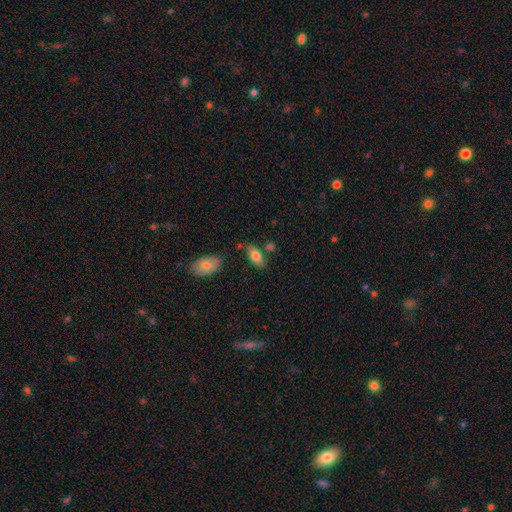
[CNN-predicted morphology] smooth-or-featured: smooth: 78% | featured or disk: 15% | star or artifact: 7%
  how-rounded: in between: 88% | cigar-shaped: 8% | round: 3%
  merging: none: 71% | minor disturbance: 15% | merger: 10% | major disturbance: 4%